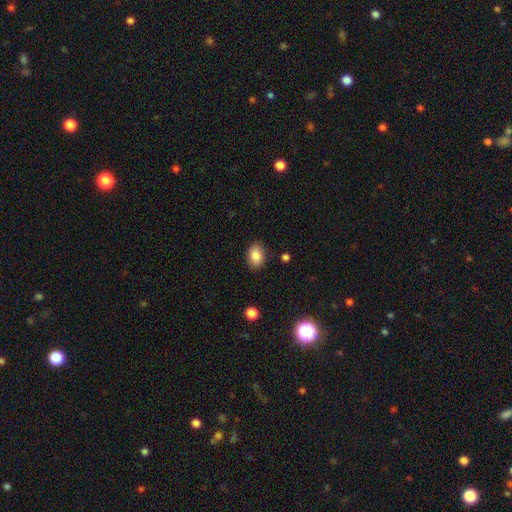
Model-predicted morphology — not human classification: smooth_or_featured: smooth (p=0.86) [alt: star or artifact p=0.09]
how_rounded: in between (p=0.77) [alt: round p=0.22]
merging: none (p=0.86) [alt: minor disturbance p=0.10]